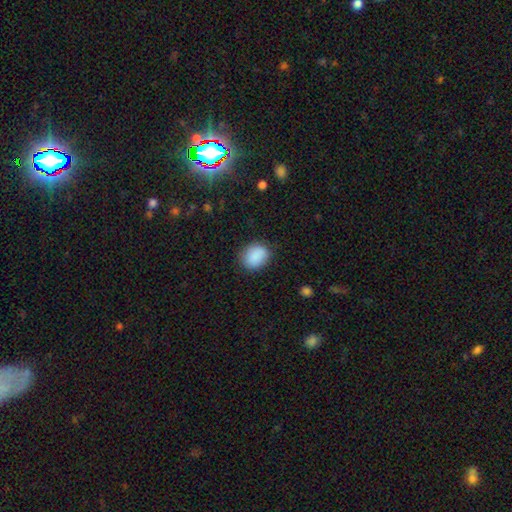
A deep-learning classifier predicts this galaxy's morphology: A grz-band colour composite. It shows a smooth galaxy with no disk features (89%) that is in between round and cigar-shaped (50%, tied with round). Merging: none (84%).